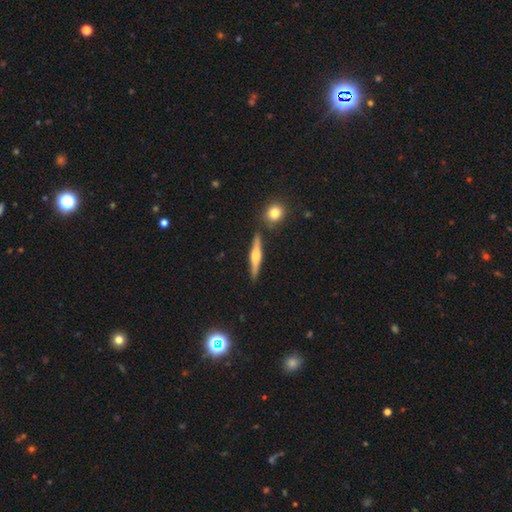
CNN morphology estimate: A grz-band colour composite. It shows a featured or disk galaxy (61%) viewed edge-on (97%) with a rounded central bulge (86%). Merging: none (85%).